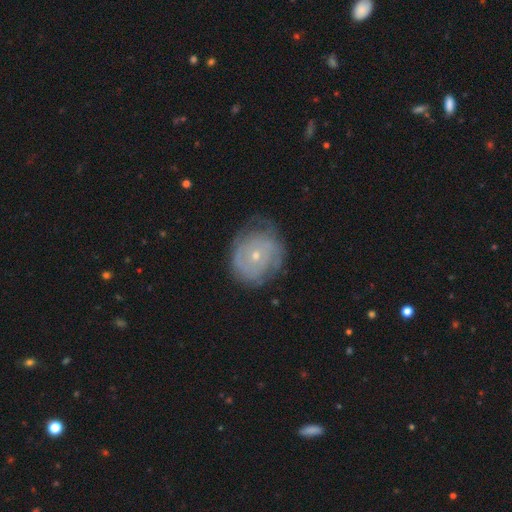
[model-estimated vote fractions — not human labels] A featured or disk galaxy (65%) with no bar (83%), spiral arms (72%) and a small central bulge (69%). Merging: none (61%).